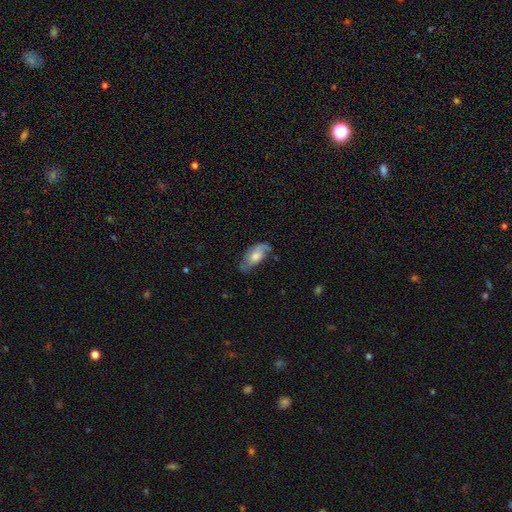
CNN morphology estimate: type=featured or disk (53%); edge-on=no (87%); merging=none (64%).